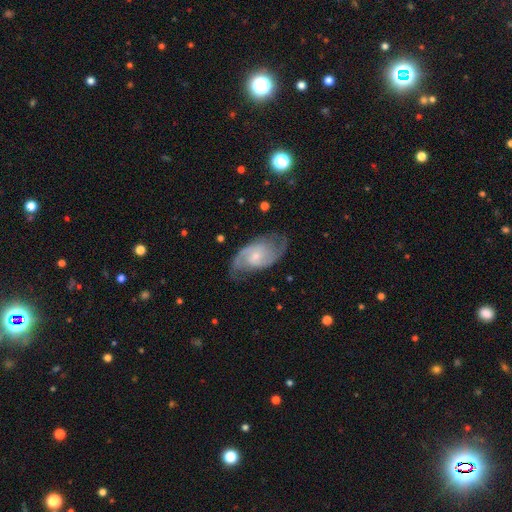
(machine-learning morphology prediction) smooth-or-featured: featured or disk: 83% | smooth: 11% | star or artifact: 5%
  disk-edge-on: no: 96% | yes: 4%
    bar: no: 56% | weak: 37% | strong: 7%
    has-spiral-arms: yes: 95% | no: 5%
      spiral-winding: medium: 51% | tight: 26% | loose: 23%
      spiral-arm-count: 2: 85% | can't tell: 7% | 3: 3% | 1: 2% | 4: 1% | more than 4: 1%
    bulge-size: small: 66% | moderate: 28% | none: 4% | large: 2% | dominant: 1%
  merging: none: 71% | minor disturbance: 18% | major disturbance: 9% | merger: 1%